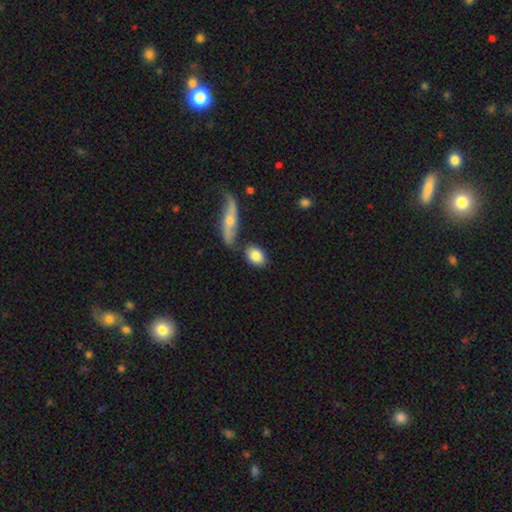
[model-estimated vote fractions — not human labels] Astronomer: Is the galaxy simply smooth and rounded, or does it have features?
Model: smooth — 81%.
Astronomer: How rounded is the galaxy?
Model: in between — 80%.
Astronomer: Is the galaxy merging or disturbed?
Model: none — 67%.